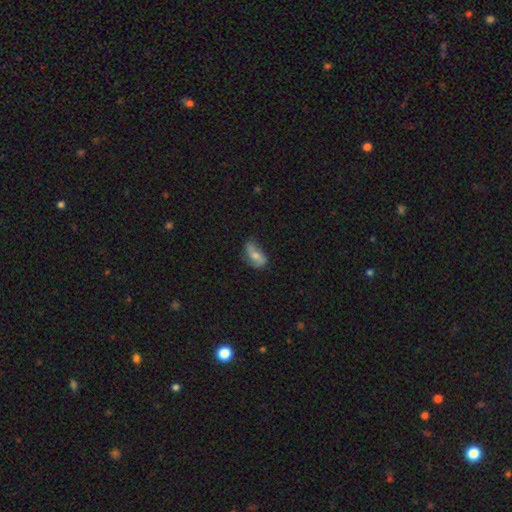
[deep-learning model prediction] Smooth or featured? smooth (53%)
How rounded? in between (85%)
Merging? none (57%)